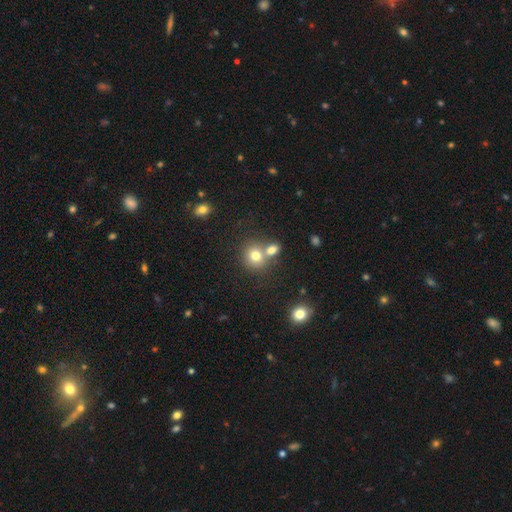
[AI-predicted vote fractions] This is likely a smooth galaxy (76%). How rounded: likely round (76%). Merging: possibly none (47%).